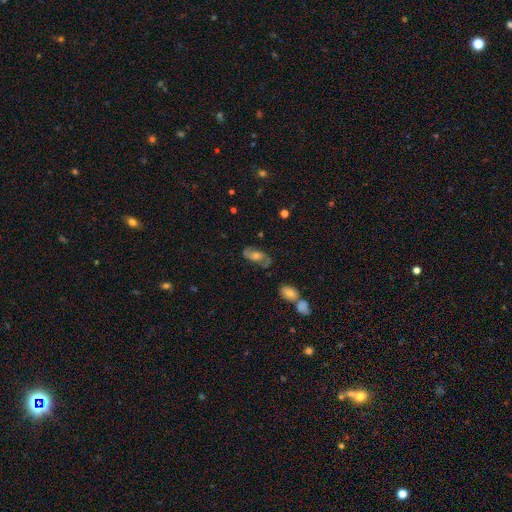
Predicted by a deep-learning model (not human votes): Smooth or featured? featured or disk (69%)
Edge-on disk? no (93%)
Bar? no (59%)
Spiral arms? yes (88%)
Spiral winding? medium (48%)
Spiral arm count? 2 (88%)
Bulge size? moderate (61%)
Merging? none (75%)